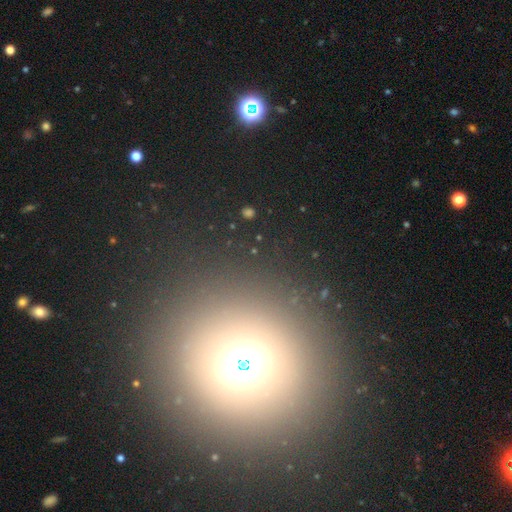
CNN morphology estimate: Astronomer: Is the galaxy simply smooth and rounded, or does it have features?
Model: star or artifact — 47% (runner-up: smooth, 34%).